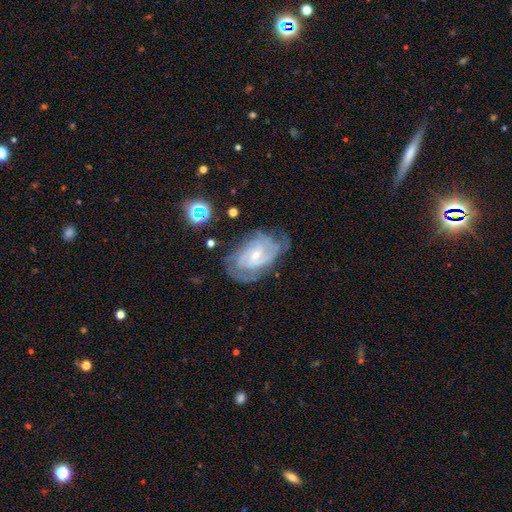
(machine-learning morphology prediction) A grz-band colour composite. It shows a featured or disk galaxy (83%) with a weak bar (49%), tight (57%) spiral arms (94%) and a small central bulge (66%). Merging: none (63%).